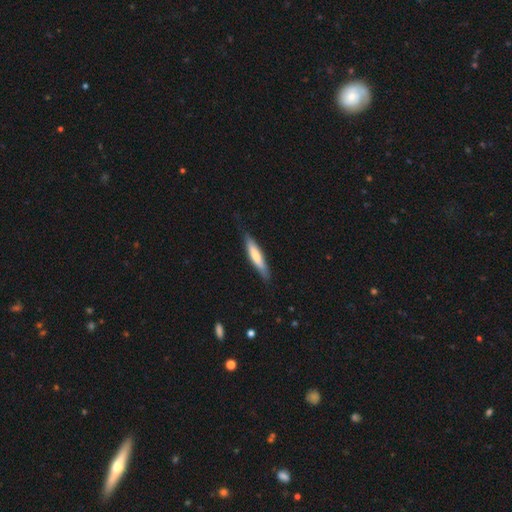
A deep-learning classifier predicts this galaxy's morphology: smooth_or_featured: smooth (p=0.65) [alt: featured or disk p=0.30]
how_rounded: cigar-shaped (p=0.86) [alt: in between p=0.13]
merging: none (p=0.79) [alt: minor disturbance p=0.16]